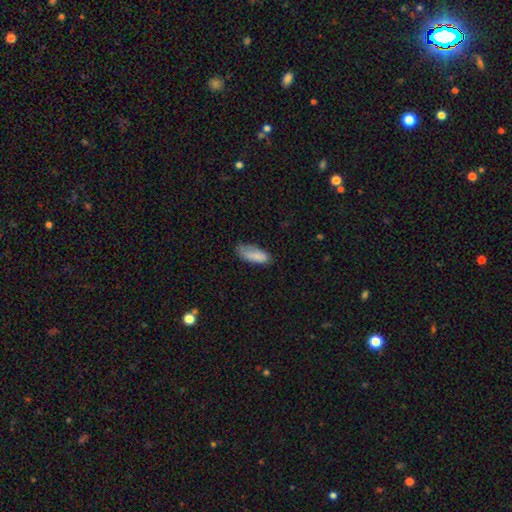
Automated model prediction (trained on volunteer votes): smooth-or-featured: smooth: 82% | featured or disk: 11% | star or artifact: 7%
  how-rounded: in between: 81% | cigar-shaped: 18% | round: 2%
  merging: none: 53% | minor disturbance: 34% | major disturbance: 11% | merger: 2%